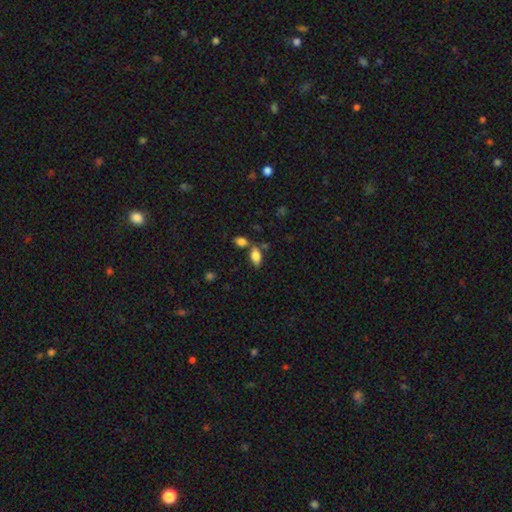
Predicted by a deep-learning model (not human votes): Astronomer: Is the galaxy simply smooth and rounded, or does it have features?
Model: smooth — 80%.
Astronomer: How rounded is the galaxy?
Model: in between — 88%.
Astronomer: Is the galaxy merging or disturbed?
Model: none — 63%.